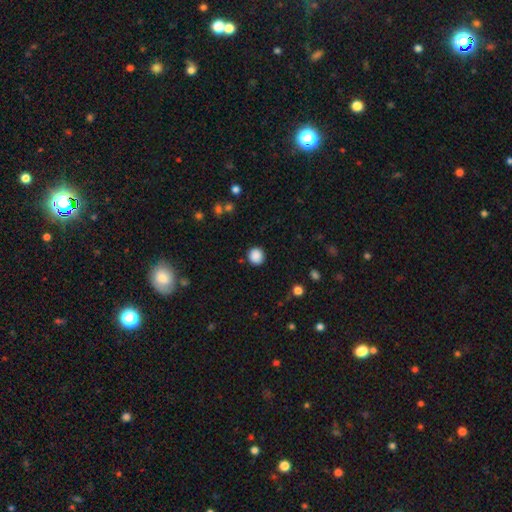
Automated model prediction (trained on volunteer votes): The model was most divided on "smooth or featured": smooth: 88%, star or artifact: 10%, featured or disk: 3%. More confident: merging — none (89%); how rounded — round (89%).